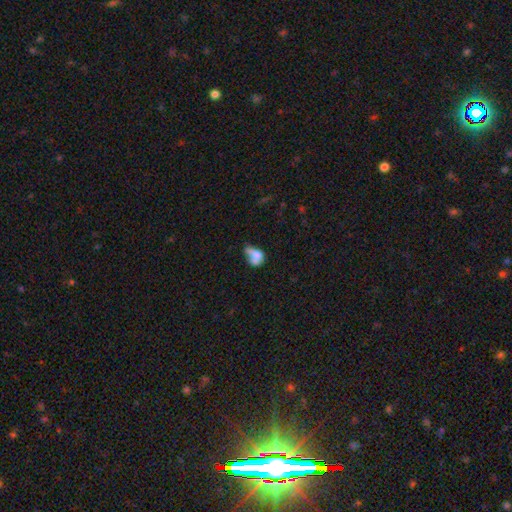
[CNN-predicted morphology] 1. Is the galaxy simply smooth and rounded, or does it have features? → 61% smooth, 28% featured or disk, 11% star or artifact.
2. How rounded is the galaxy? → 72% in between, 22% round, 5% cigar-shaped.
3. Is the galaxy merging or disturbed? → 37% merger, 25% major disturbance, 22% none, 17% minor disturbance.